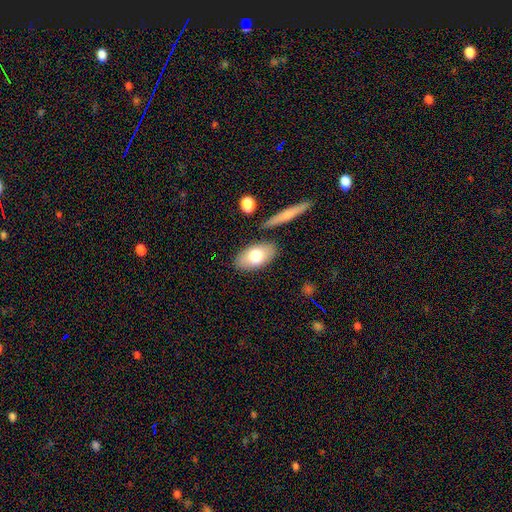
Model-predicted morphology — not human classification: Overall: smooth (72%). How rounded: in between (92%). Merging: none (81%).